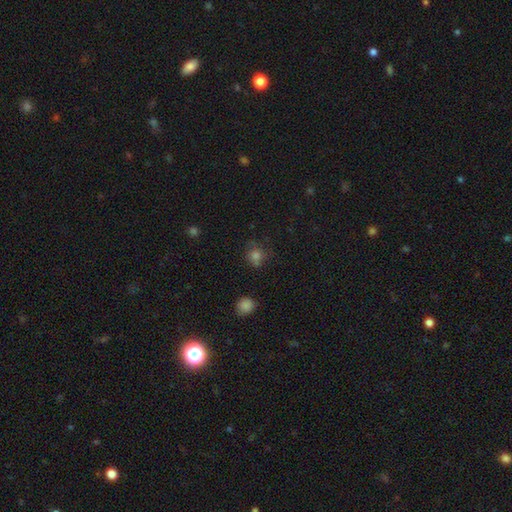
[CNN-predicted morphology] Smooth or featured? Predicted: smooth (p=0.74). How rounded? Predicted: round (p=0.83). Merging? Predicted: none (p=0.67).